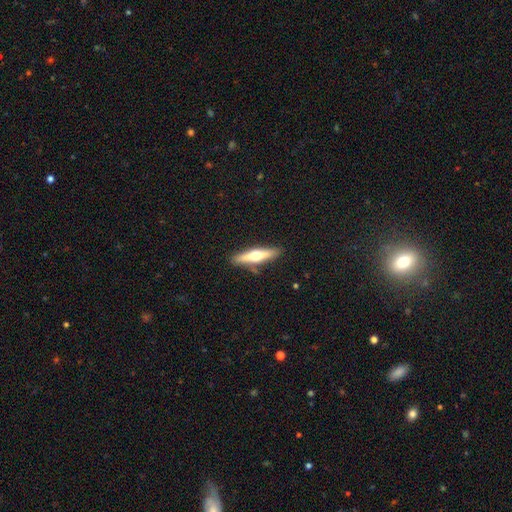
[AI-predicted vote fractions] Q: Smooth or featured?
A: featured or disk (54%); runner-up: smooth (40%)
Q: Edge-on disk?
A: yes (93%); runner-up: no (7%)
Q: Edge-on bulge?
A: rounded (93%); runner-up: none (4%)
Q: Merging?
A: none (85%); runner-up: minor disturbance (10%)